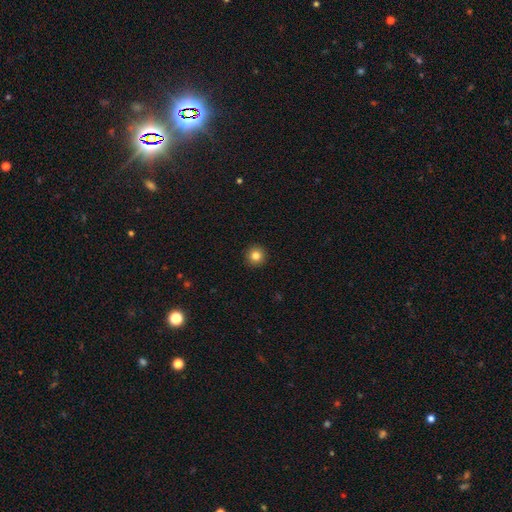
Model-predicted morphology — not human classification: Smooth or featured: smooth — 84% (star or artifact — 11%)
How rounded: round — 95% (in between — 4%)
Merging: none — 93% (minor disturbance — 4%)